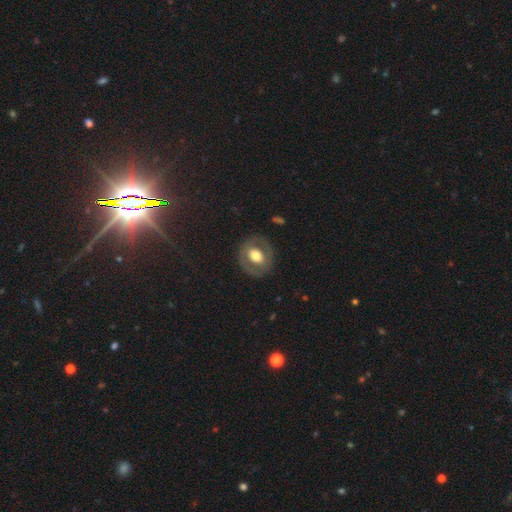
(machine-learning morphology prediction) smooth-or-featured: featured or disk: 48% | smooth: 45% | star or artifact: 7%
  merging: none: 82% | minor disturbance: 11% | major disturbance: 6% | merger: 1%